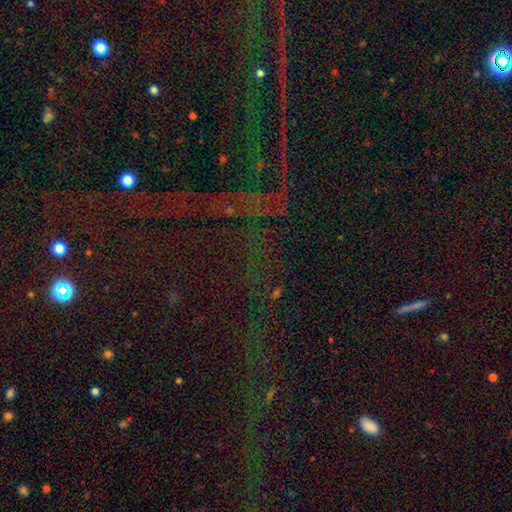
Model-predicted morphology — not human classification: Overall: star or artifact (80%).